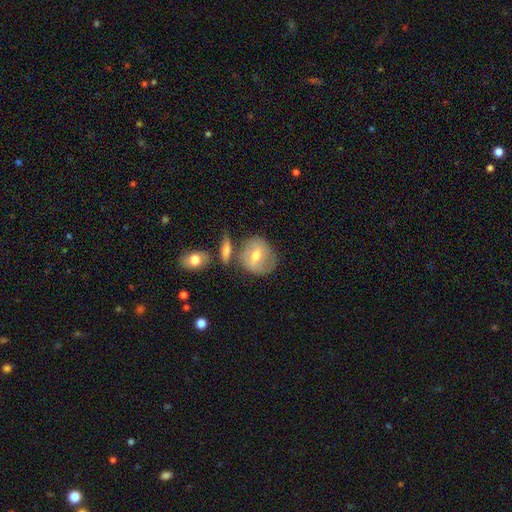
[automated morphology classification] type=featured or disk (52%); edge-on=no (94%); merging=none (60%).